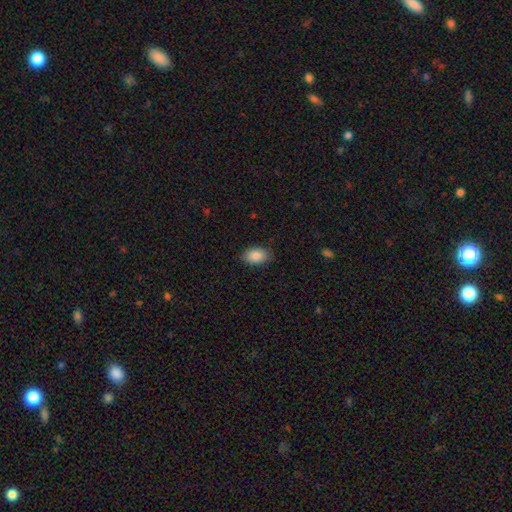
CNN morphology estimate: Q: Smooth or featured?
A: smooth (88%); runner-up: star or artifact (7%)
Q: How rounded?
A: in between (89%); runner-up: round (10%)
Q: Merging?
A: none (86%); runner-up: minor disturbance (10%)